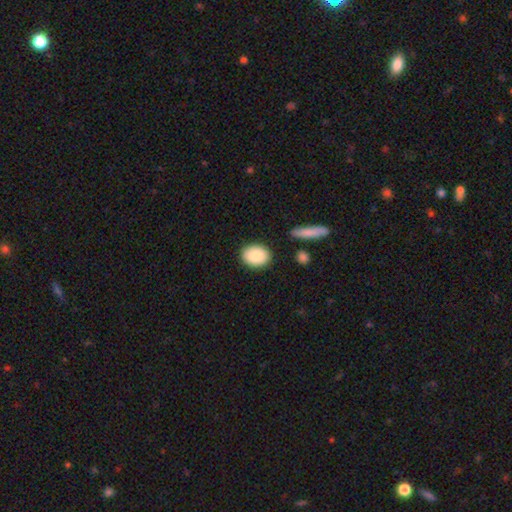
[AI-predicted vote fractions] Smooth or featured? smooth (87%)
How rounded? in between (64%)
Merging? none (87%)